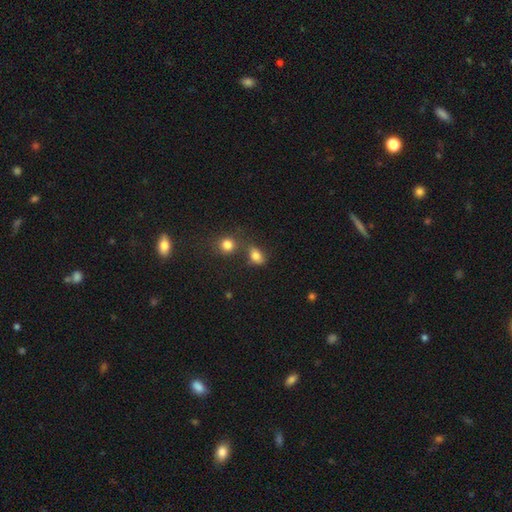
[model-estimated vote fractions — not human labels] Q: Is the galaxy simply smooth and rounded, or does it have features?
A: smooth — 81%.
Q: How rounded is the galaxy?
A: in between — 78%.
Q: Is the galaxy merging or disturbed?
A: none — 55%.